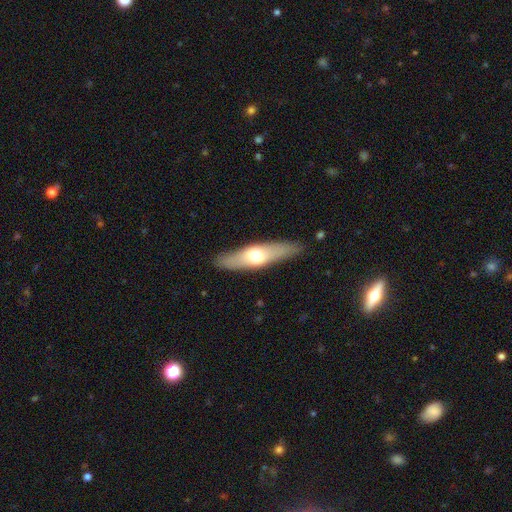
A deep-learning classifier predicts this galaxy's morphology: This appears to be a smooth galaxy with no disk features (49%). Merging: none (87%).